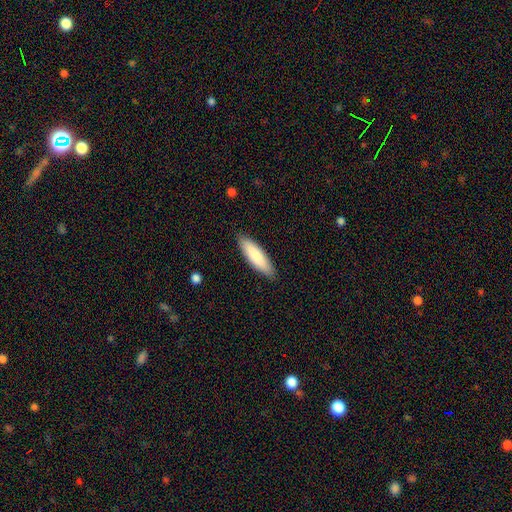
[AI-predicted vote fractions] Smooth or featured: smooth — 85% (featured or disk — 10%)
How rounded: cigar-shaped — 57% (in between — 42%)
Merging: none — 89% (minor disturbance — 9%)